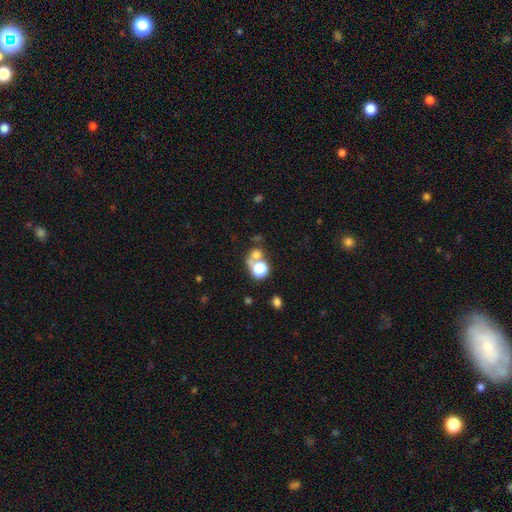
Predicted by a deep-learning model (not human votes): This is likely a smooth galaxy (62%). How rounded: likely round (77%). Merging: possibly merger (46%).